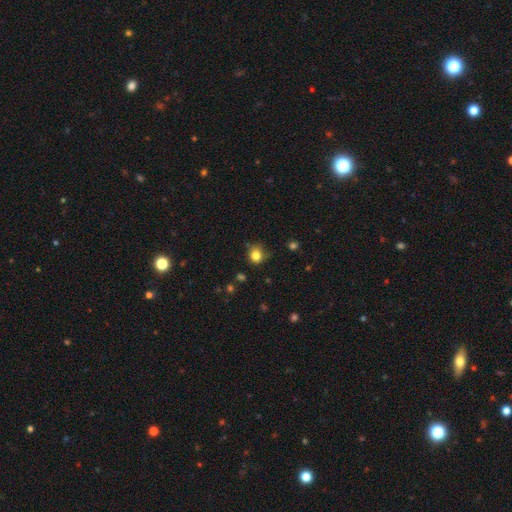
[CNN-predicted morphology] Overall: smooth (81%). How rounded: round (84%). Merging: none (72%).